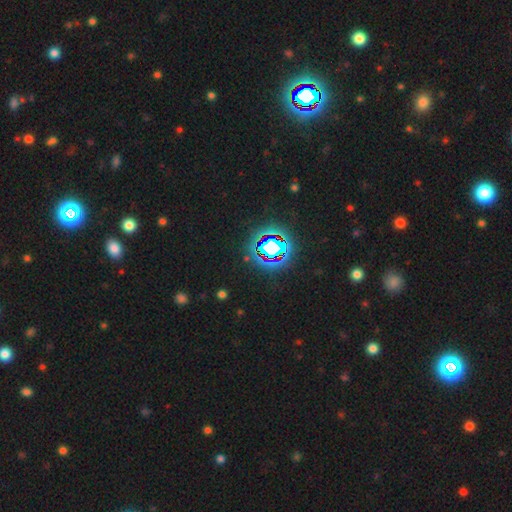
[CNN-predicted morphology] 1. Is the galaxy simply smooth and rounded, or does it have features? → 80% star or artifact, 12% smooth, 8% featured or disk.